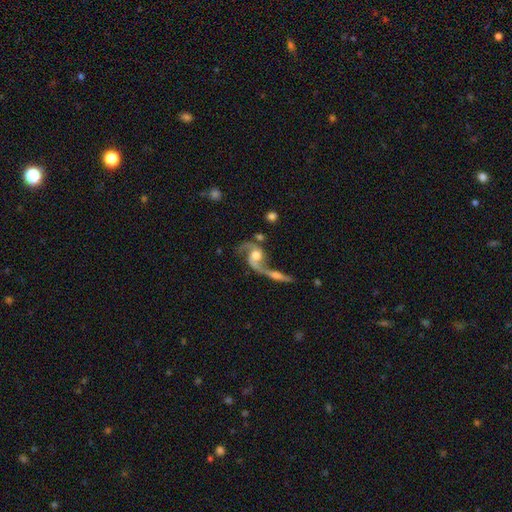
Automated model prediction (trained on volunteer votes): Smooth or featured? featured or disk (84%)
Edge-on disk? no (95%)
Bar? no (62%)
Spiral arms? yes (94%)
Spiral winding? loose (64%)
Spiral arm count? 2 (90%)
Bulge size? moderate (57%)
Merging? merger (45%)